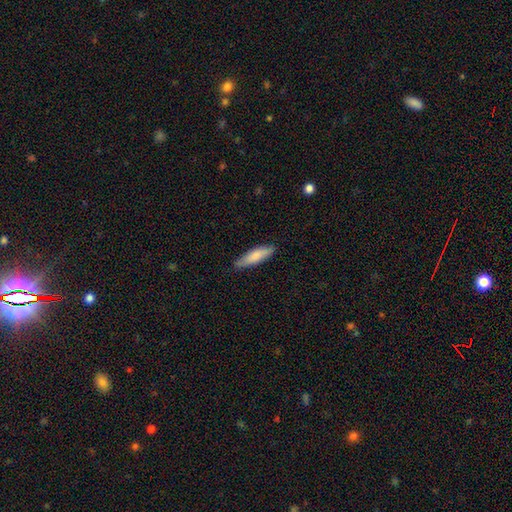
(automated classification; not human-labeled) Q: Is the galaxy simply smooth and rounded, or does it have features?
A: smooth — 80%.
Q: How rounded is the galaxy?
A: cigar-shaped — 66%.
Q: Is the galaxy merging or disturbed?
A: none — 79%.